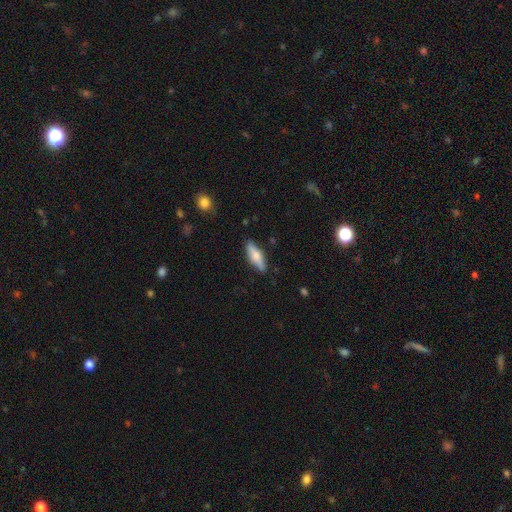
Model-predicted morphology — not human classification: Smooth or featured? smooth (61%)
How rounded? cigar-shaped (56%)
Merging? none (86%)